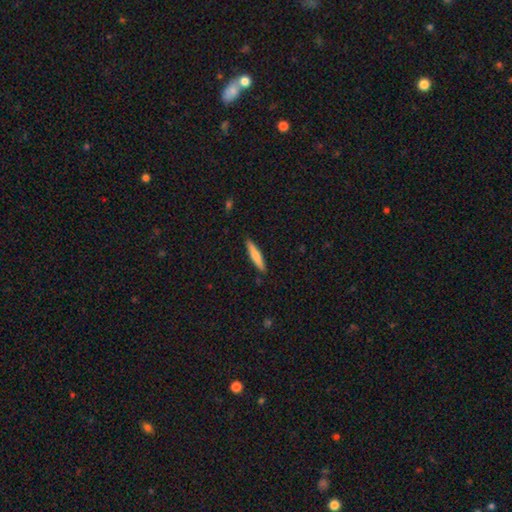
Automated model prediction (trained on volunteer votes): Smooth or featured: smooth — 70% (featured or disk — 25%)
How rounded: cigar-shaped — 90% (in between — 9%)
Merging: none — 89% (minor disturbance — 8%)